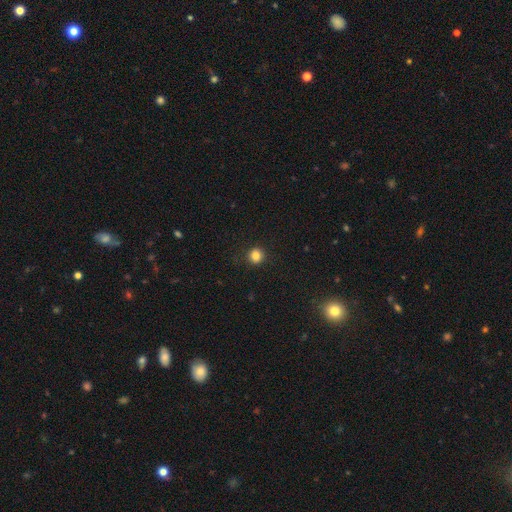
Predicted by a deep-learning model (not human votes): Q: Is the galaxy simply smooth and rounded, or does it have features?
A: smooth — 84%.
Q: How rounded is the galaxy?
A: round — 90%.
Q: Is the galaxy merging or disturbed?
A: none — 89%.